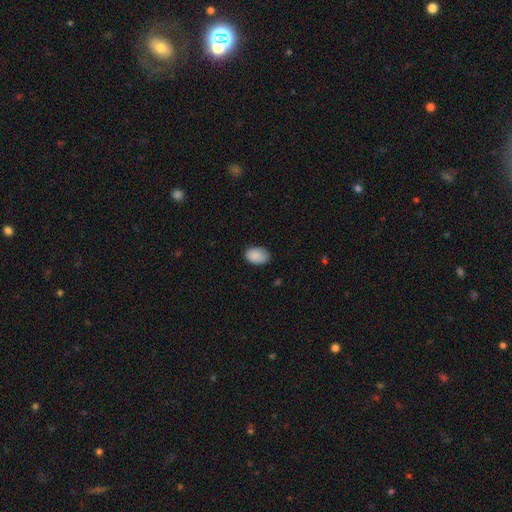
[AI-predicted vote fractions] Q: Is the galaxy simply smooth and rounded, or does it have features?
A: smooth — 89%.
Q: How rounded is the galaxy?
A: in between — 85%.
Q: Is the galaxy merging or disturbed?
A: none — 79%.